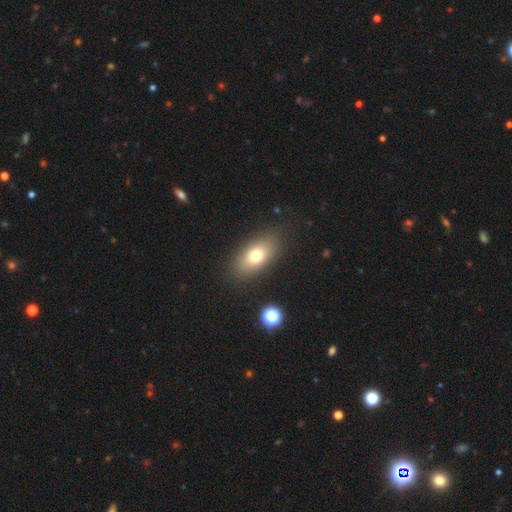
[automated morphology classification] This appears to be a smooth galaxy with no disk features (74%) that is in between round and cigar-shaped (88%). Merging: none (85%).